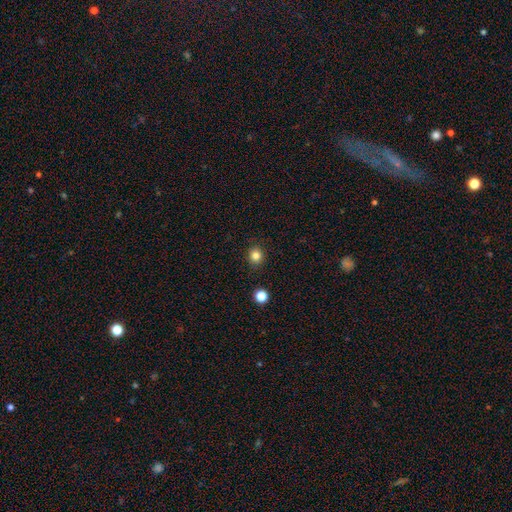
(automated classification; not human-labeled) This appears to be a smooth galaxy with no disk features (82%) that is round (84%). Merging: none (89%).